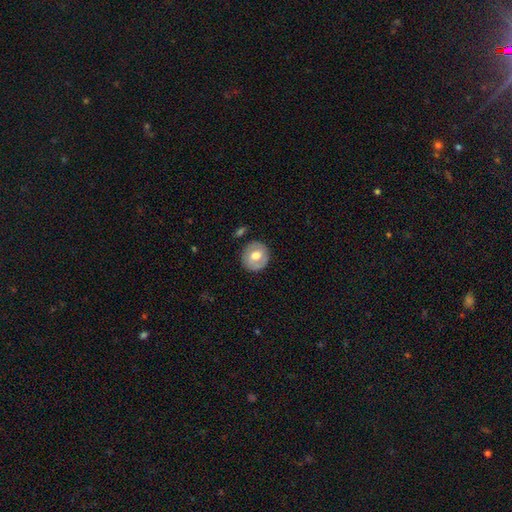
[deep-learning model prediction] This appears to be a smooth galaxy with no disk features (58%) that is round (87%). Merging: none (83%).